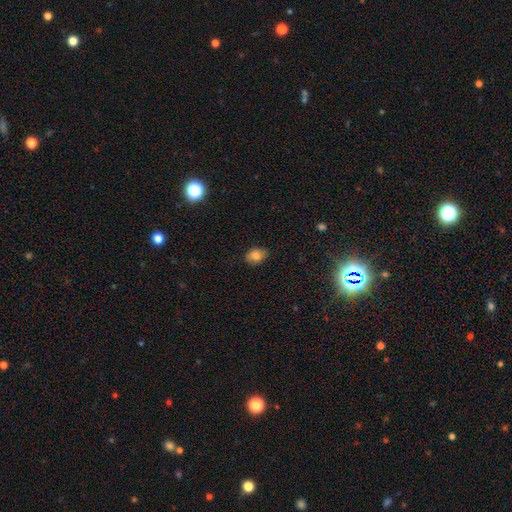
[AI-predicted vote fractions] The model was most divided on "how rounded": round: 52%, in between: 47%, cigar-shaped: 1%. More confident: smooth or featured — smooth (81%); merging — none (81%).